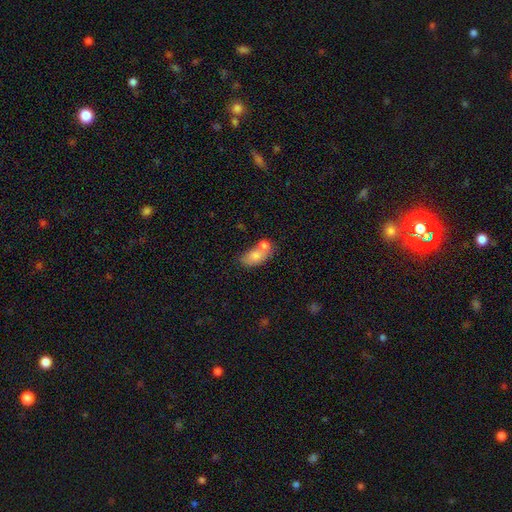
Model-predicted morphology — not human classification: The model was most divided on "merging": merger: 42%, none: 37%, minor disturbance: 15%, major disturbance: 6%. More confident: how rounded — in between (86%); smooth or featured — smooth (75%).